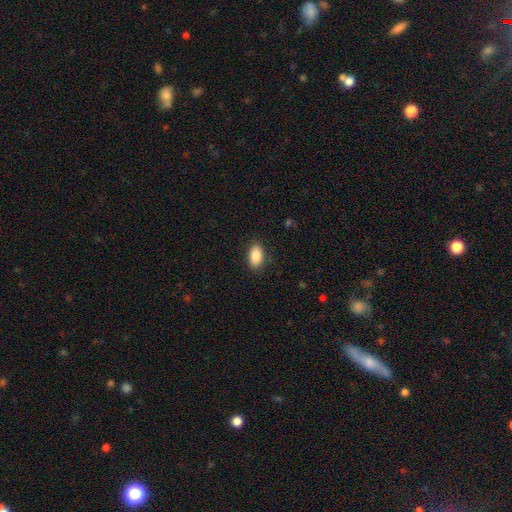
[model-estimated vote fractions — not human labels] Smooth or featured? smooth (88%)
How rounded? in between (92%)
Merging? none (87%)